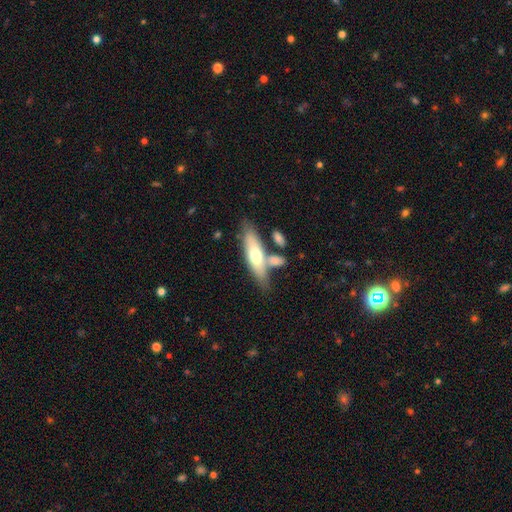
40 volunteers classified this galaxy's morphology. Volunteers were most divided on "smooth or featured": smooth: 55%, featured or disk: 40%, star or artifact: 5%. More confident: how rounded — cigar-shaped (59%); merging — none (58%).